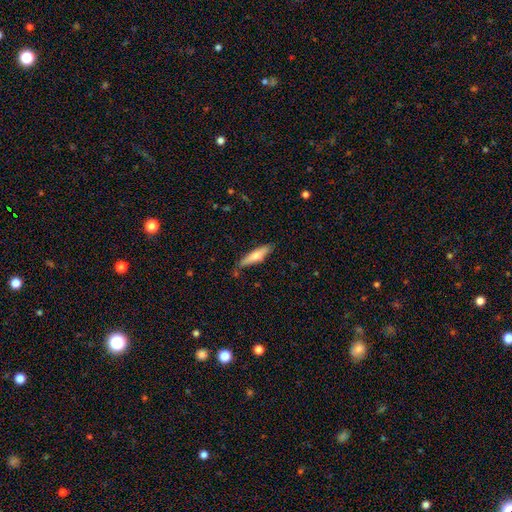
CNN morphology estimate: Smooth or featured: smooth — 66% (featured or disk — 28%)
How rounded: cigar-shaped — 76% (in between — 22%)
Merging: none — 76% (minor disturbance — 18%)